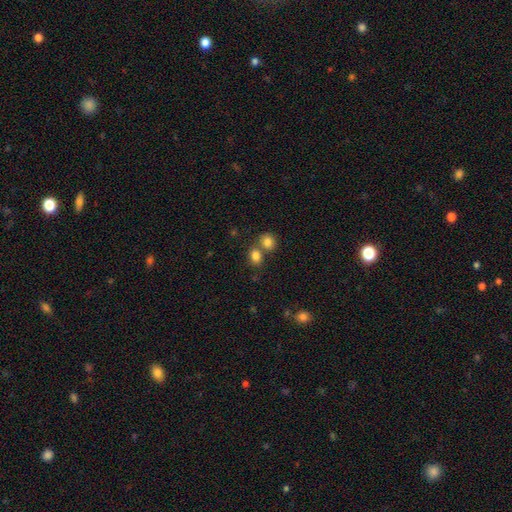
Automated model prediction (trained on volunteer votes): smooth 82%, star or artifact 11%, featured or disk 7%. Down the decision tree: how rounded — in between (52%); merging — none (51%).